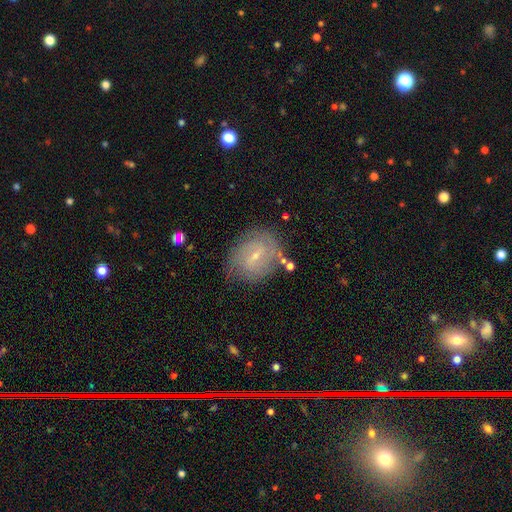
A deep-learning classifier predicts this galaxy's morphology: Smooth or featured: featured or disk — 71% (smooth — 21%)
Edge-on disk: no — 96% (yes — 4%)
Bar: weak — 59% (no — 23%)
Spiral arms: yes — 84% (no — 16%)
Spiral winding: tight — 54% (medium — 33%)
Spiral arm count: 2 — 39% (can't tell — 38%)
Bulge size: small — 76% (moderate — 19%)
Merging: none — 73% (minor disturbance — 18%)